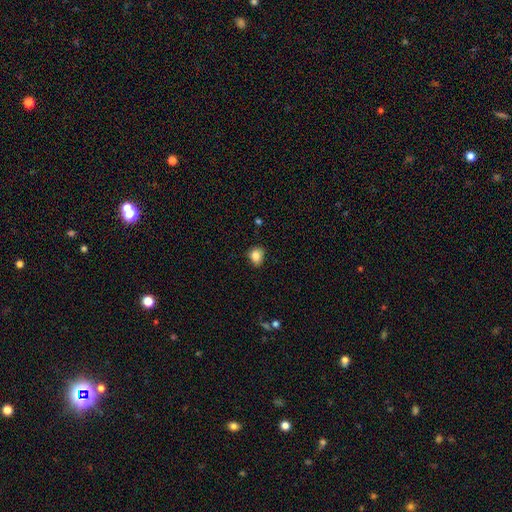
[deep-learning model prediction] Overall: smooth (85%). How rounded: round (57%; in between 42%). Merging: none (74%).